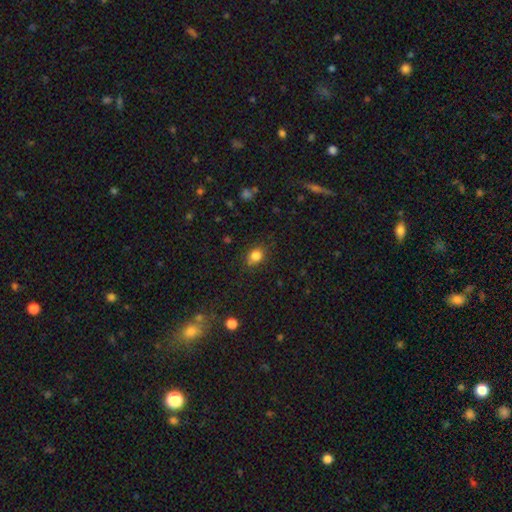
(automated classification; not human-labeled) smooth 83%, star or artifact 12%, featured or disk 5%. Down the decision tree: how rounded — round (60%); merging — none (79%).